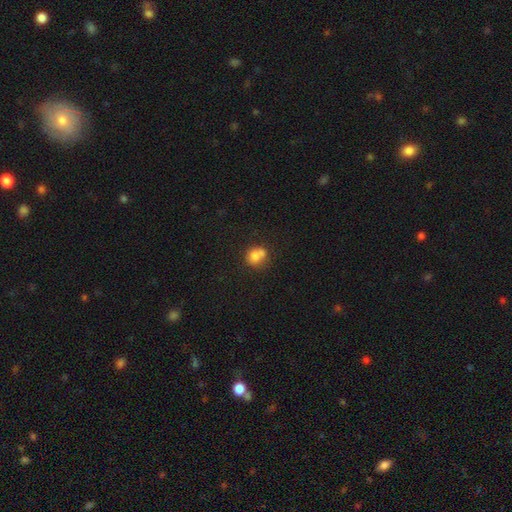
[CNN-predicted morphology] smooth 74%, featured or disk 15%, star or artifact 11%. Down the decision tree: how rounded — round (75%); merging — merger (42%).